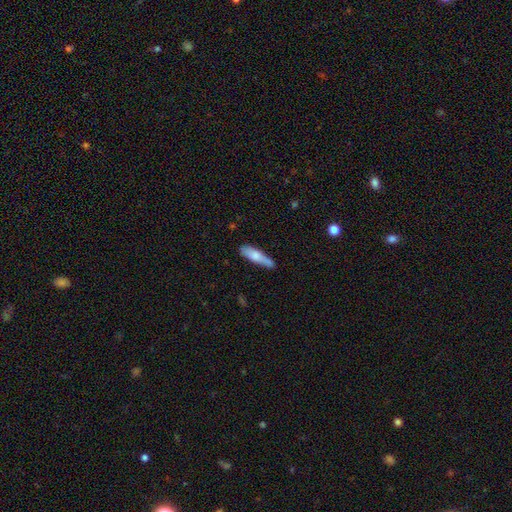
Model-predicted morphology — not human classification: A smooth galaxy with no disk features (71%) that is cigar-shaped (70%). Merging: none (61%).